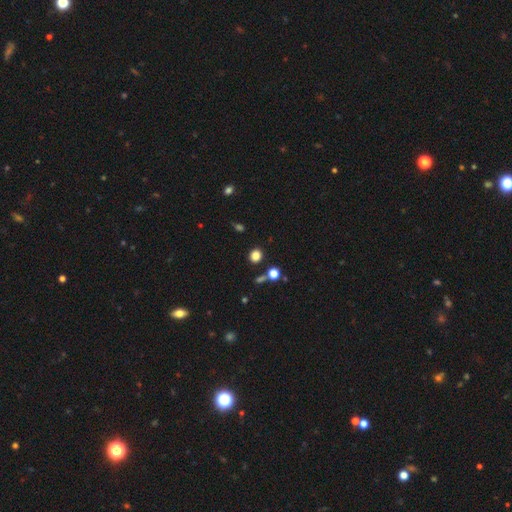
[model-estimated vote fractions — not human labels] This appears to be a smooth galaxy with no disk features (81%) that is round (82%). Merging: none (84%).